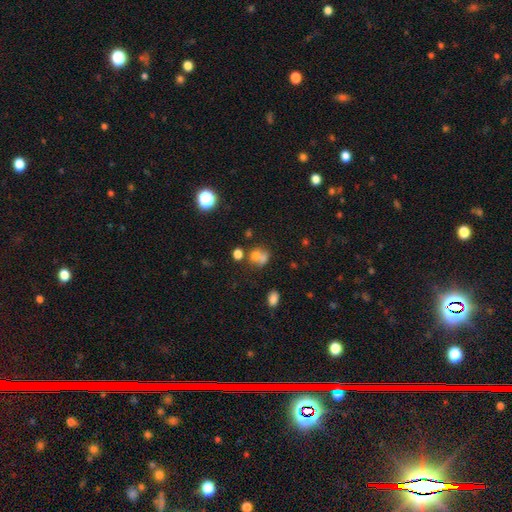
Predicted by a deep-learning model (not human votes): The model was most divided on "merging": merger: 51%, none: 33%, minor disturbance: 10%, major disturbance: 6%. More confident: how rounded — round (67%); smooth or featured — smooth (66%).